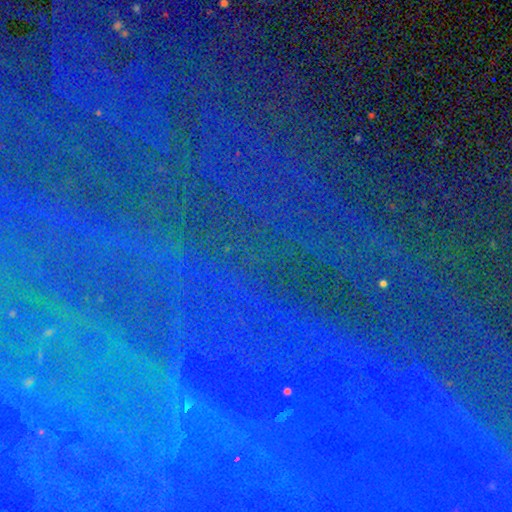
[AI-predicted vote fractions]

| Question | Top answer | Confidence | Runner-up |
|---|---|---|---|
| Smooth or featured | star or artifact | 82% | featured or disk (10%) |